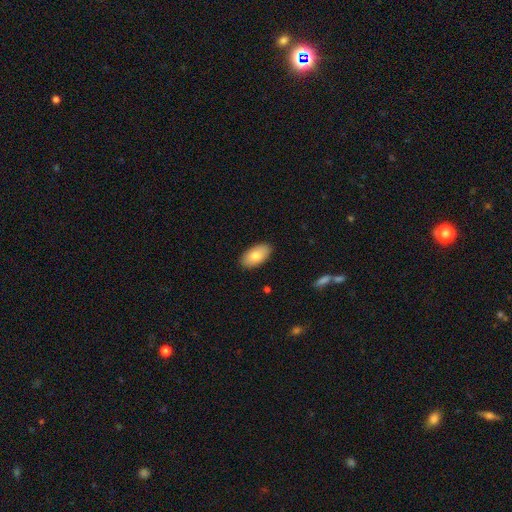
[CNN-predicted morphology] Smooth or featured? Predicted: smooth (p=0.79). How rounded? Predicted: in between (p=0.95). Merging? Predicted: none (p=0.89).